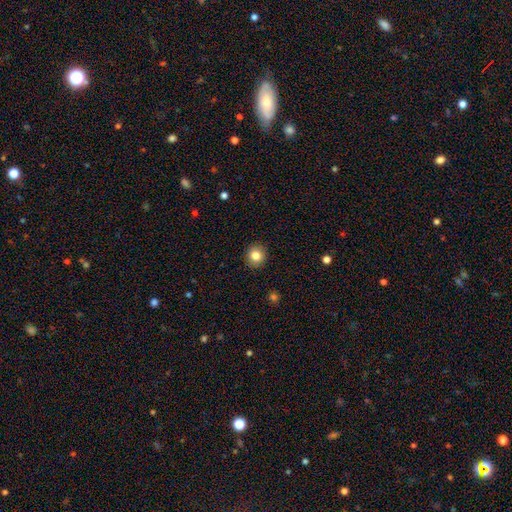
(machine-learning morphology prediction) smooth 83%, star or artifact 10%, featured or disk 7%. Down the decision tree: how rounded — round (87%); merging — none (91%).